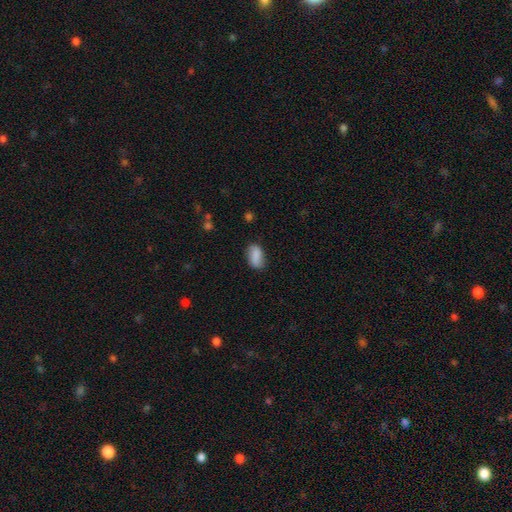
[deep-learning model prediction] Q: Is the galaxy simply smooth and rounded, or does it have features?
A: smooth — 83%.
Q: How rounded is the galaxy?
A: in between — 91%.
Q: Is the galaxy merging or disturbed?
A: none — 76%.